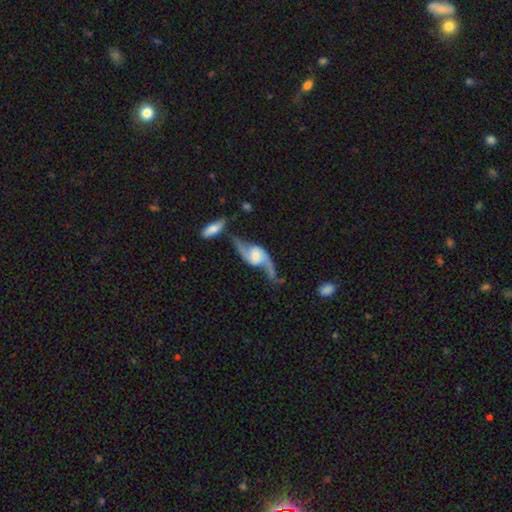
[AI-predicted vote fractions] Smooth or featured?
  - featured or disk: 89% *
  - smooth: 7%
  - star or artifact: 5%
Edge-on disk?
  - no: 93% *
  - yes: 7%
Bar?
  - no: 45% *
  - weak: 39%
  - strong: 16%
Spiral arms?
  - yes: 96% *
  - no: 4%
Spiral winding?
  - loose: 78% *
  - medium: 17%
  - tight: 5%
Spiral arm count?
  - 2: 93% *
  - 1: 2%
  - can't tell: 2%
  - 3: 1%
  - 4: 1%
  - more than 4: 1%
Bulge size?
  - small: 41% * (tied)
  - moderate: 41% * (tied)
  - large: 10%
  - none: 6%
  - dominant: 2%
Merging?
  - none: 54% *
  - minor disturbance: 18%
  - major disturbance: 14%
  - merger: 13%